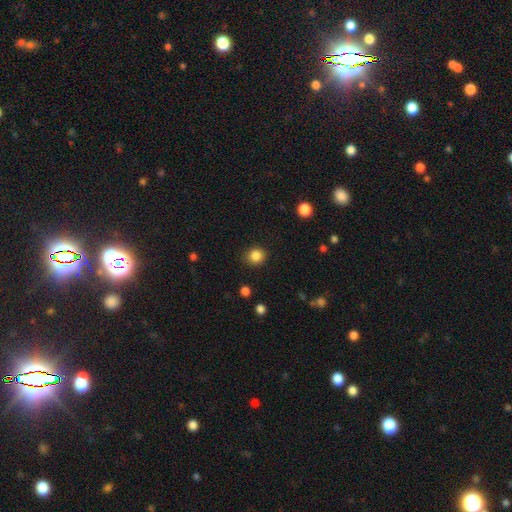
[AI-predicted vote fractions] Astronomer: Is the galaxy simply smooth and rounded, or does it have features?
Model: smooth — 85%.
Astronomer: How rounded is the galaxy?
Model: round — 83%.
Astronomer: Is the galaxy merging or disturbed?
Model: none — 88%.